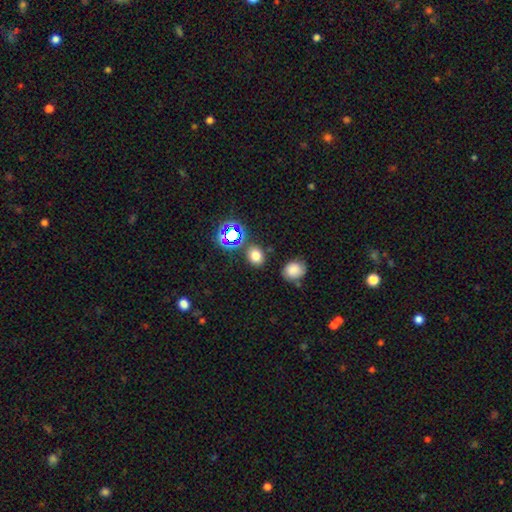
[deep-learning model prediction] A smooth galaxy with no disk features (70%) that is in between round and cigar-shaped (50%).

Vote fractions:
- Smooth or featured? smooth: 70% / star or artifact: 23% / featured or disk: 7%
- How rounded? in between: 50% / round: 49% / cigar-shaped: 1%
- Merging? none: 80% / minor disturbance: 10% / merger: 6% / major disturbance: 3%